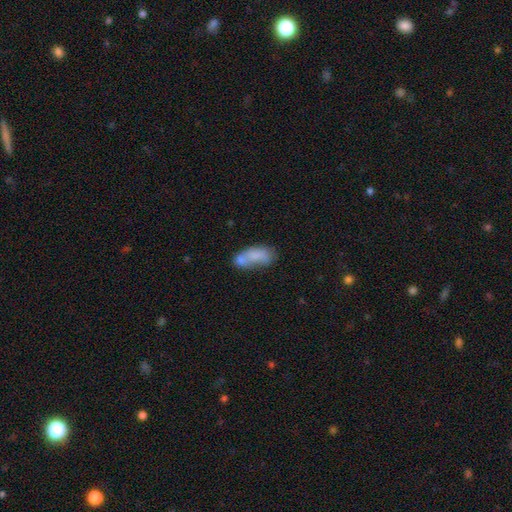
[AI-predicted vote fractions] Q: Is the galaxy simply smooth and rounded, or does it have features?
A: smooth — 71%.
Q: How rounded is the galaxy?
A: in between — 85%.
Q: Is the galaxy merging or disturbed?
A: merger — 40%.